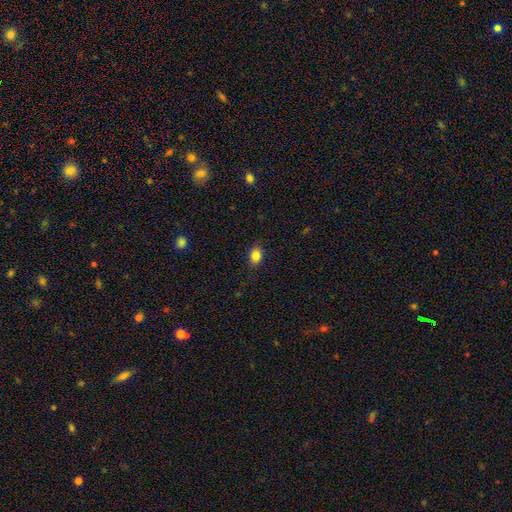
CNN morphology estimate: Smooth or featured?
  - smooth: 85% *
  - star or artifact: 10%
  - featured or disk: 6%
How rounded?
  - in between: 67% *
  - round: 32%
  - cigar-shaped: 1%
Merging?
  - none: 87% *
  - minor disturbance: 10%
  - major disturbance: 2%
  - merger: 1%